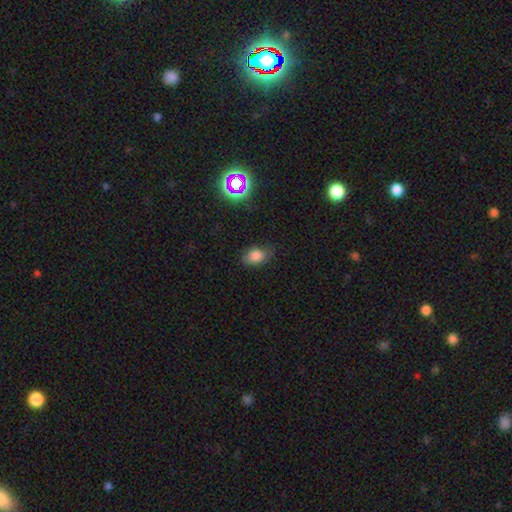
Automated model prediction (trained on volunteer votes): Q: Smooth or featured?
A: smooth (79%); runner-up: star or artifact (13%)
Q: How rounded?
A: in between (77%); runner-up: round (21%)
Q: Merging?
A: none (73%); runner-up: minor disturbance (21%)